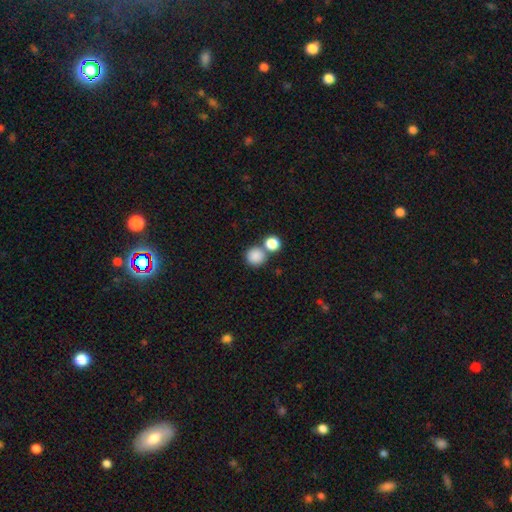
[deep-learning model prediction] smooth 85%, star or artifact 10%, featured or disk 5%. Down the decision tree: how rounded — round (91%); merging — none (59%).